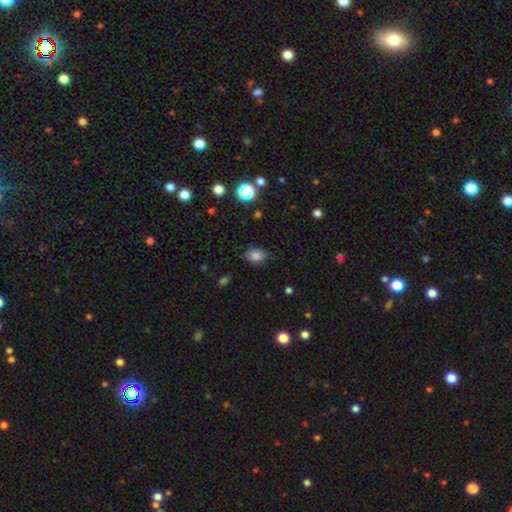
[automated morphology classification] smooth 82%, star or artifact 12%, featured or disk 5%. Down the decision tree: how rounded — in between (62%); merging — none (79%).